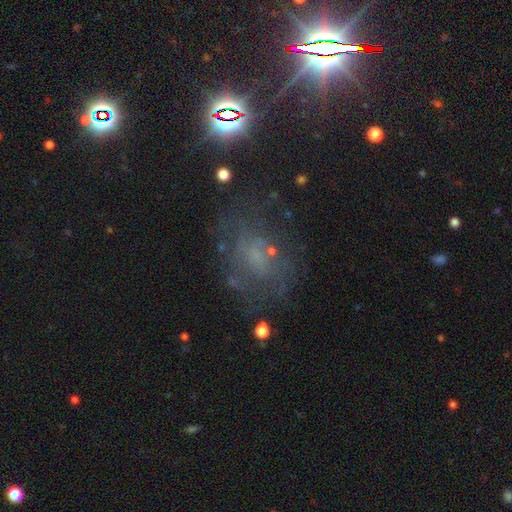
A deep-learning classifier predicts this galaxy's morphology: smooth-or-featured: featured or disk: 41% | star or artifact: 32% | smooth: 27%
  merging: none: 56% | major disturbance: 21% | minor disturbance: 19% | merger: 4%